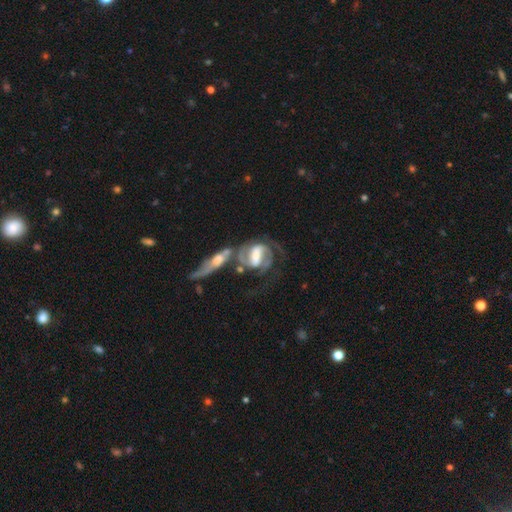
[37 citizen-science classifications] Smooth or featured: featured or disk — 89% (smooth — 5%)
Edge-on disk: no — 94% (yes — 6%)
Bar: strong — 61% (weak — 35%)
Spiral arms: yes — 100%
Spiral winding: medium — 61% (tight — 29%)
Spiral arm count: 2 — 84% (1 — 6%)
Bulge size: large — 35% (moderate — 32%)
Merging: merger — 37% (none — 31%)